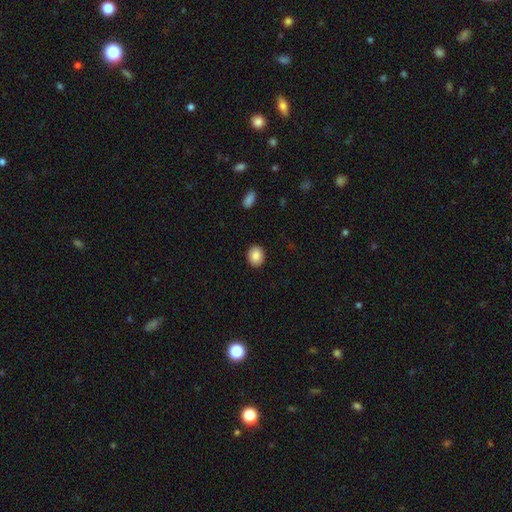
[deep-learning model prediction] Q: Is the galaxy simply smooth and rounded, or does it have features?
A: smooth — 87%.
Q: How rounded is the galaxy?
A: round — 57%.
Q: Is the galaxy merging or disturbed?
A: none — 91%.